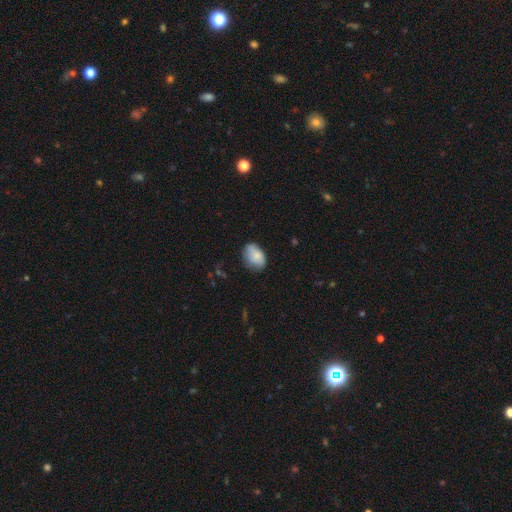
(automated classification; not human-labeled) Smooth or featured: smooth — 81% (featured or disk — 12%)
How rounded: in between — 82% (round — 17%)
Merging: none — 64% (minor disturbance — 29%)